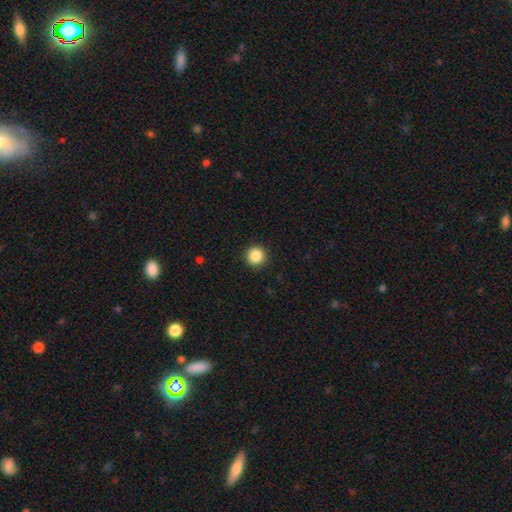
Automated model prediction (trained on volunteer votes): Smooth or featured? Predicted: smooth (p=0.86). How rounded? Predicted: round (p=0.95). Merging? Predicted: none (p=0.92).